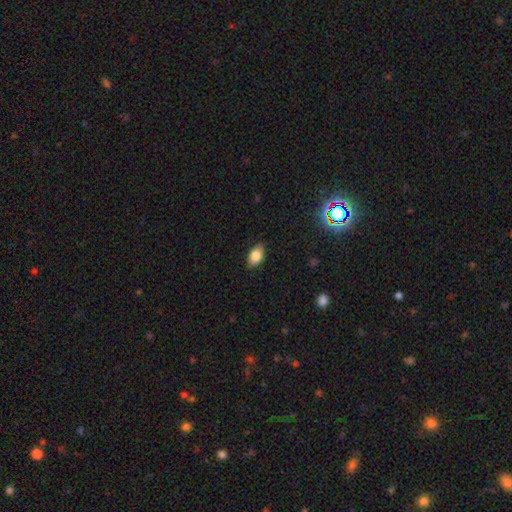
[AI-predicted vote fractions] Overall: smooth (83%). How rounded: in between (90%). Merging: none (85%).